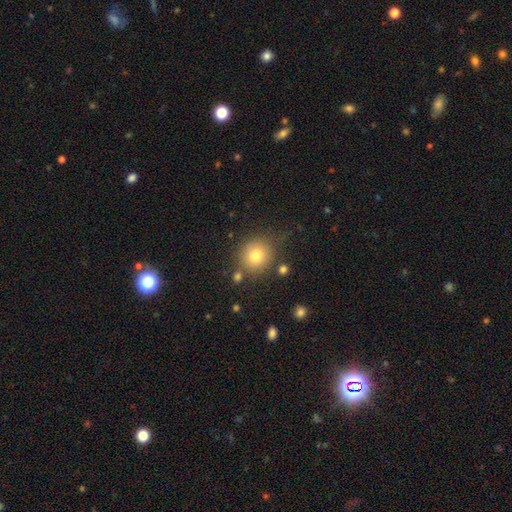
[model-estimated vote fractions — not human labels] A smooth galaxy with no disk features (77%) that is round (85%).

Vote fractions:
- Smooth or featured? smooth: 77% / star or artifact: 12% / featured or disk: 10%
- How rounded? round: 85% / in between: 14% / cigar-shaped: 1%
- Merging? none: 75% / minor disturbance: 14% / merger: 7% / major disturbance: 4%